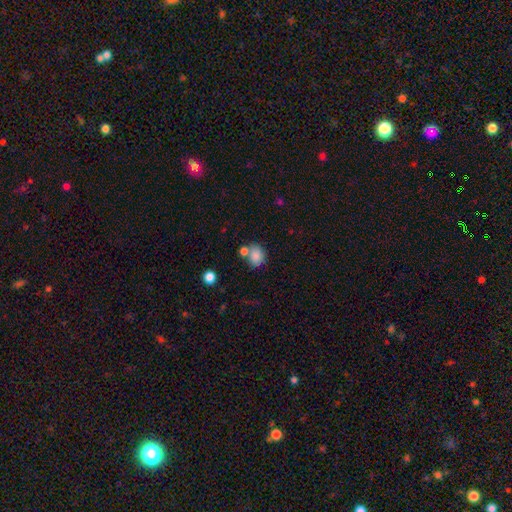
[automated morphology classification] smooth-or-featured: smooth: 83% | star or artifact: 9% | featured or disk: 8%
  how-rounded: in between: 50% | round: 49% | cigar-shaped: 1%
  merging: none: 54% | merger: 25% | minor disturbance: 16% | major disturbance: 5%